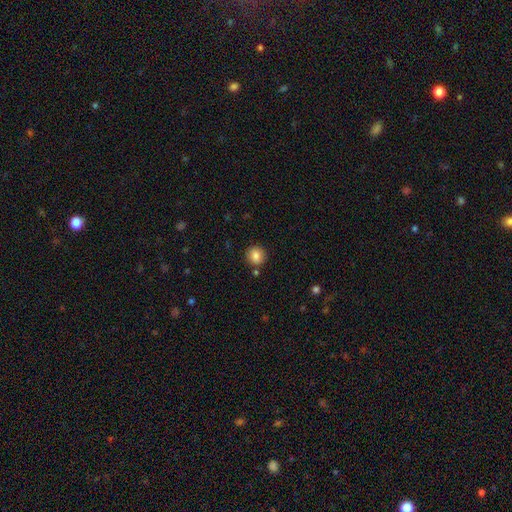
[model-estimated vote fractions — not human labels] This appears to be a smooth galaxy with no disk features (85%) that is round (90%). Merging: none (86%).